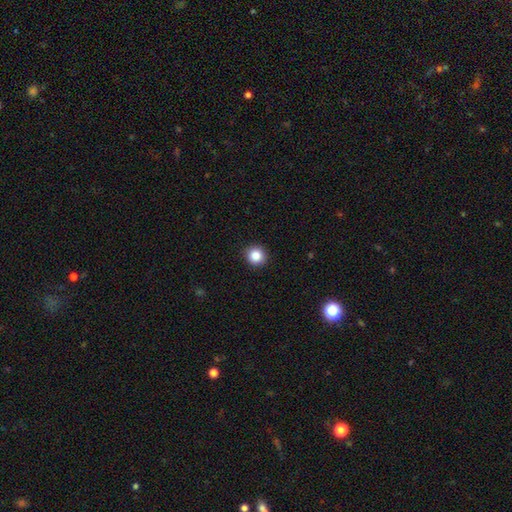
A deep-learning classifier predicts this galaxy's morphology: smooth_or_featured: smooth (p=0.86) [alt: star or artifact p=0.10]
how_rounded: round (p=0.94) [alt: in between p=0.06]
merging: none (p=0.92) [alt: minor disturbance p=0.05]